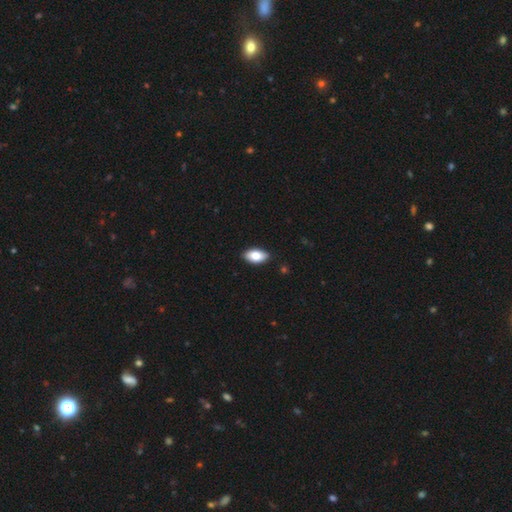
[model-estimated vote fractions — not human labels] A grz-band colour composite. It shows a smooth galaxy with no disk features (81%) that is in between round and cigar-shaped (93%). Merging: none (88%).